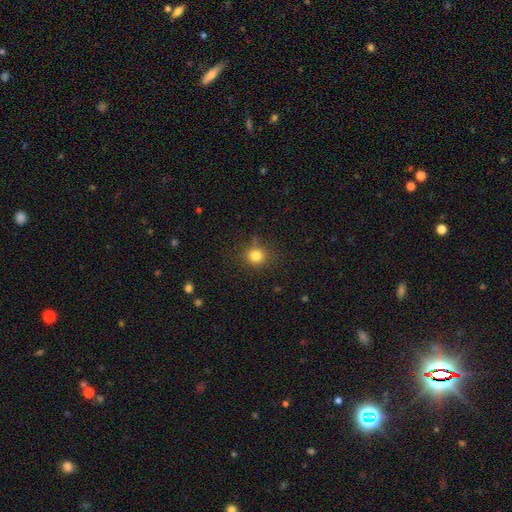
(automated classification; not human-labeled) Smooth or featured? Predicted: smooth (p=0.81). How rounded? Predicted: round (p=0.86). Merging? Predicted: none (p=0.82).